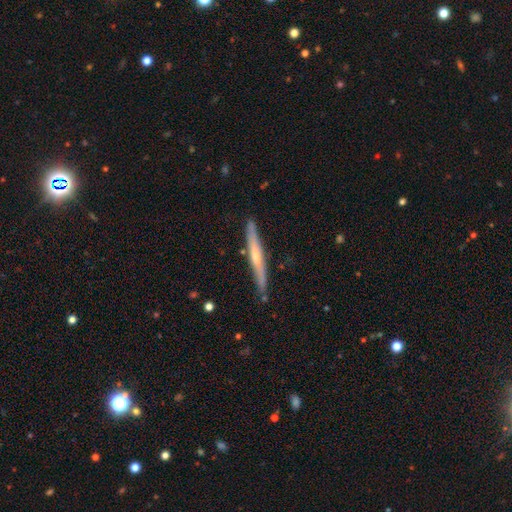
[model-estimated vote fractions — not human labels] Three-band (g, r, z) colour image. It shows a featured or disk galaxy (62%) viewed edge-on (96%) with a rounded central bulge (61%). Merging: none (86%).